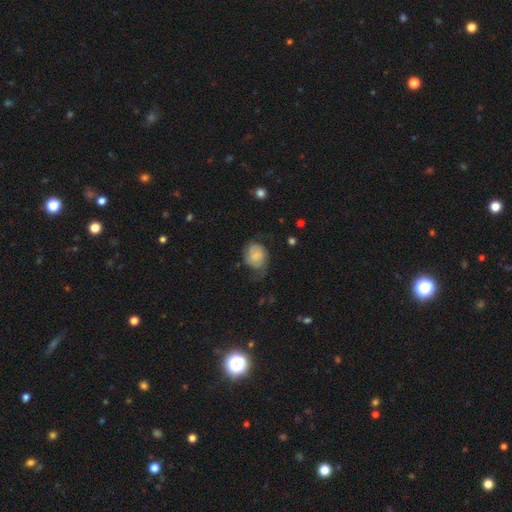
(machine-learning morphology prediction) Smooth or featured?
  - smooth: 58% *
  - featured or disk: 34%
  - star or artifact: 9%
How rounded?
  - in between: 54% *
  - round: 45%
  - cigar-shaped: 1%
Merging?
  - none: 40% *
  - minor disturbance: 32%
  - major disturbance: 26%
  - merger: 2%